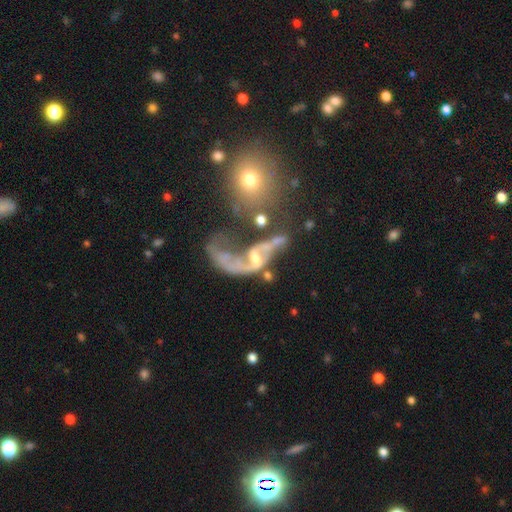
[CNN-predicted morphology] This appears to be a featured or disk galaxy (70%) with no bar (62%), spiral arms (67%) and a small central bulge (48%). Merging: merger (36%).